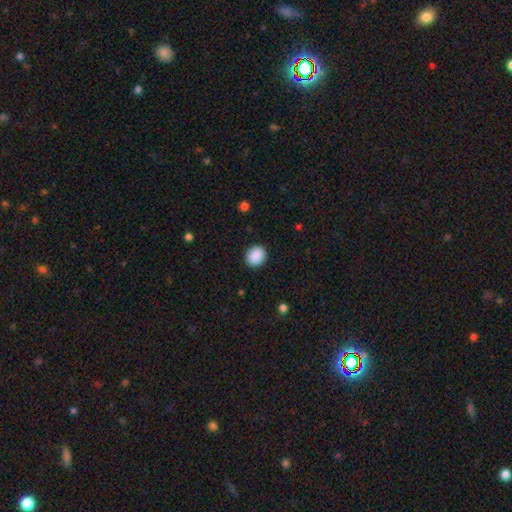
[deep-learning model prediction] smooth_or_featured: smooth (p=0.90) [alt: star or artifact p=0.08]
how_rounded: round (p=0.71) [alt: in between p=0.28]
merging: none (p=0.90) [alt: minor disturbance p=0.07]